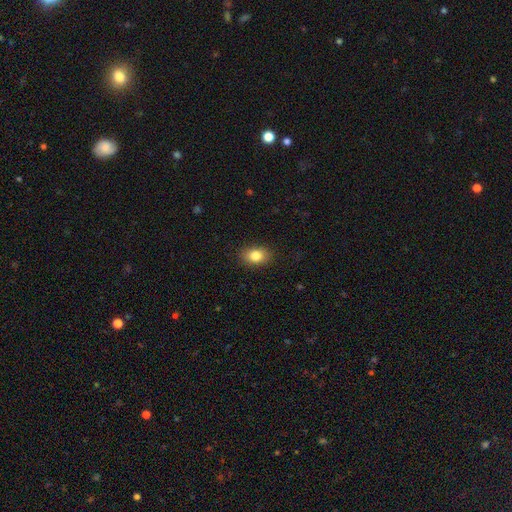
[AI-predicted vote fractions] smooth_or_featured: smooth (p=0.83) [alt: star or artifact p=0.09]
how_rounded: in between (p=0.74) [alt: round p=0.24]
merging: none (p=0.88) [alt: minor disturbance p=0.09]